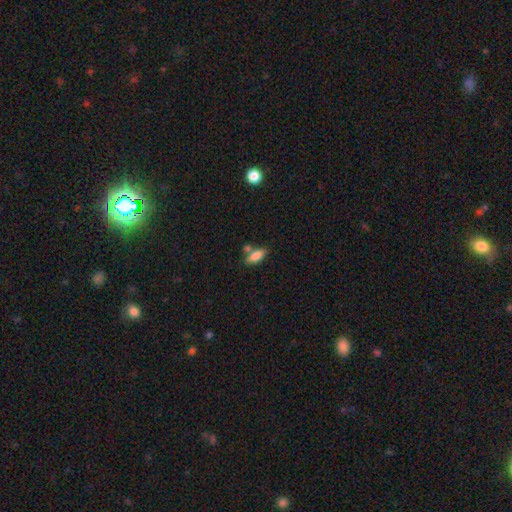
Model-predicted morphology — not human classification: A smooth galaxy with no disk features (84%) that is in between round and cigar-shaped (79%).

Vote fractions:
- Smooth or featured? smooth: 84% / featured or disk: 9% / star or artifact: 8%
- How rounded? in between: 79% / cigar-shaped: 18% / round: 3%
- Merging? none: 60% / merger: 22% / minor disturbance: 14% / major disturbance: 4%